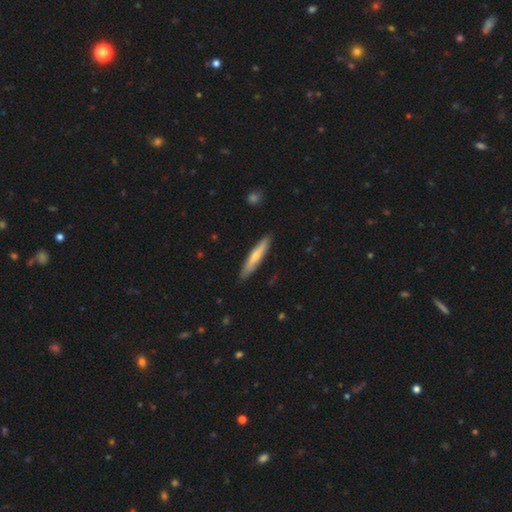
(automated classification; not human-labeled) Q: Smooth or featured?
A: smooth (55%); runner-up: featured or disk (39%)
Q: How rounded?
A: cigar-shaped (89%); runner-up: in between (9%)
Q: Merging?
A: none (88%); runner-up: minor disturbance (9%)